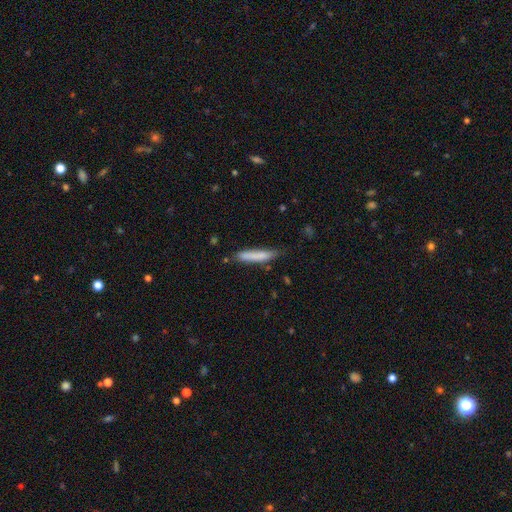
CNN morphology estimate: The model was most divided on "merging": none: 72%, minor disturbance: 21%, major disturbance: 4%, merger: 3%. More confident: how rounded — cigar-shaped (90%); smooth or featured — smooth (78%).